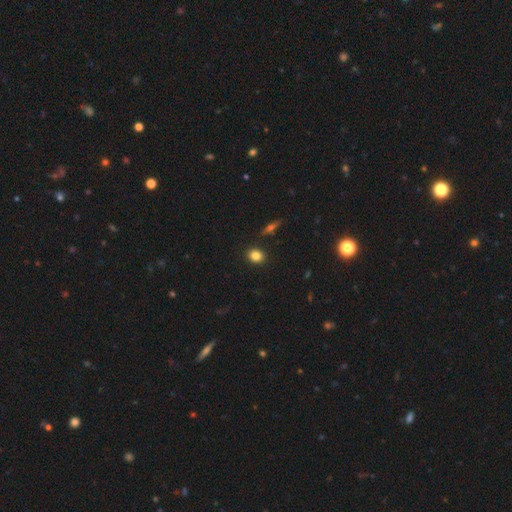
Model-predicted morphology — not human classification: Smooth or featured?
  - smooth: 84% *
  - star or artifact: 10%
  - featured or disk: 6%
How rounded?
  - round: 67% *
  - in between: 31%
  - cigar-shaped: 2%
Merging?
  - none: 89% *
  - minor disturbance: 7%
  - merger: 2%
  - major disturbance: 2%